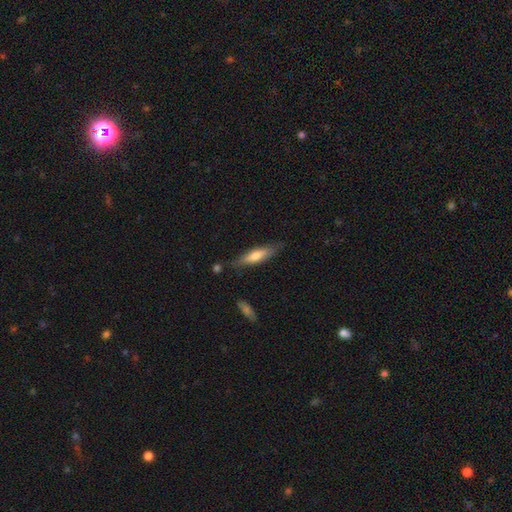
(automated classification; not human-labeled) Morphology: type=smooth (59%); roundness=cigar-shaped (70%); merging=none (78%).